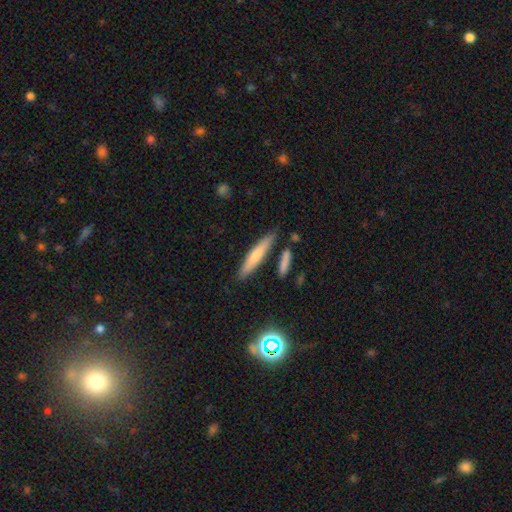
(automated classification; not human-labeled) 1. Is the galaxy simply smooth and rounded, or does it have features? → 68% smooth, 25% featured or disk, 7% star or artifact.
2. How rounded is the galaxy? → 88% cigar-shaped, 11% in between, 2% round.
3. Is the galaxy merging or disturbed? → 81% none, 11% minor disturbance, 5% merger, 2% major disturbance.